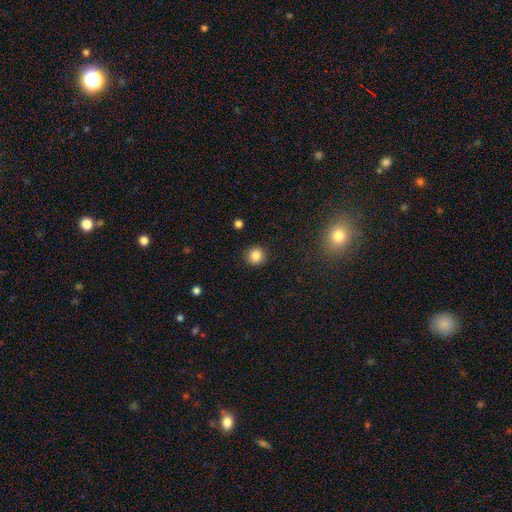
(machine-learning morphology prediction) Smooth or featured: smooth — 86% (star or artifact — 10%)
How rounded: round — 90% (in between — 9%)
Merging: none — 91% (minor disturbance — 6%)